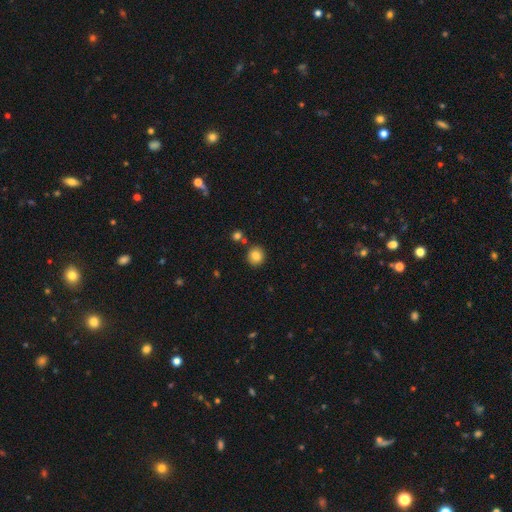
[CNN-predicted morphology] This is clearly a smooth galaxy (84%). How rounded: clearly round (88%). Merging: clearly none (85%).